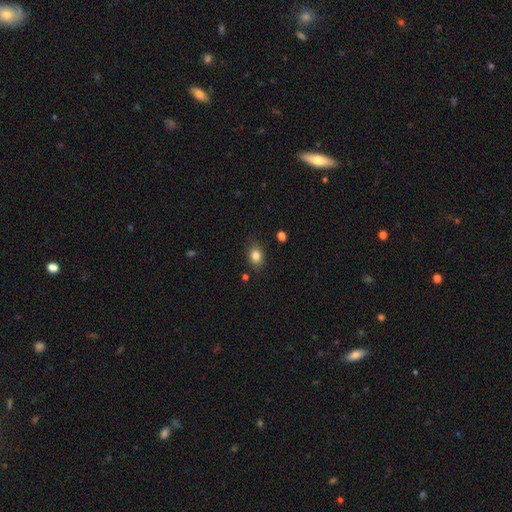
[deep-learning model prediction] Smooth or featured: smooth — 83% (star or artifact — 10%)
How rounded: in between — 64% (round — 35%)
Merging: none — 82% (minor disturbance — 13%)